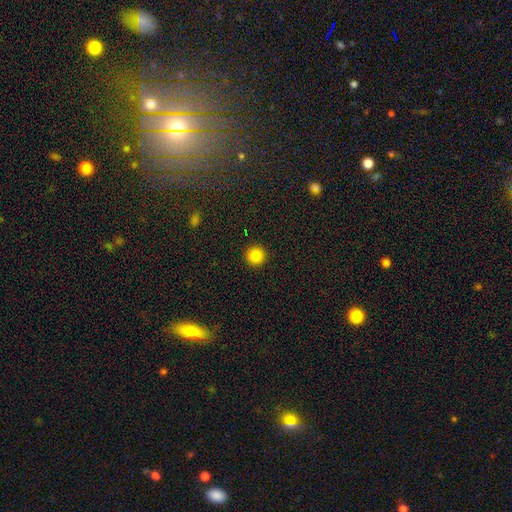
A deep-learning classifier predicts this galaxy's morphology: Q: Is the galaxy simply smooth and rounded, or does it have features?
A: smooth — 86%.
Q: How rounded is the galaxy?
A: round — 96%.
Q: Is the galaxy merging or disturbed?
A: none — 93%.